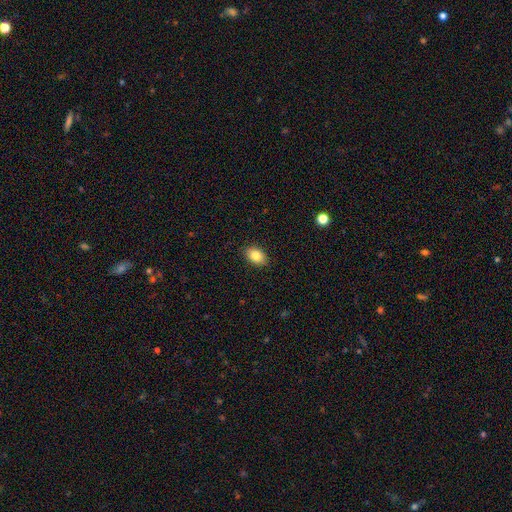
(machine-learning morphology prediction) The model was most divided on "how rounded": in between: 85%, round: 14%, cigar-shaped: 1%. More confident: merging — none (89%); smooth or featured — smooth (84%).